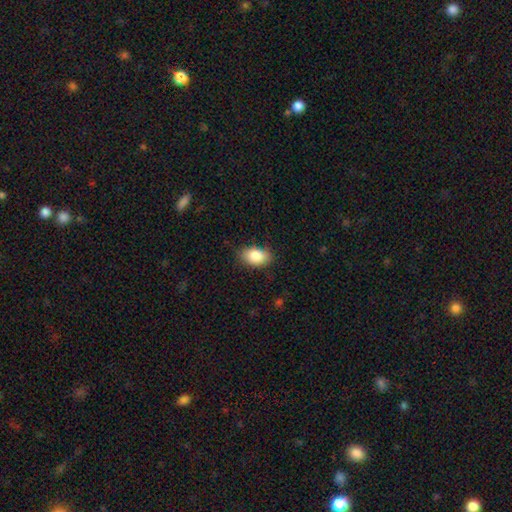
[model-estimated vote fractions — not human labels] A smooth galaxy with no disk features (87%) that is in between round and cigar-shaped (91%). Merging: none (82%).